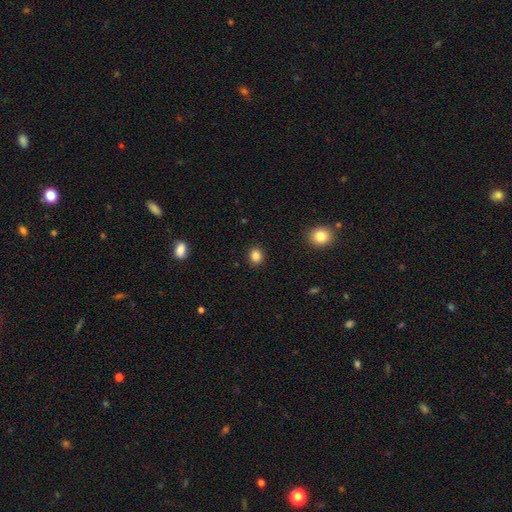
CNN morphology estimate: This is clearly a smooth galaxy (84%). How rounded: likely round (72%). Merging: clearly none (91%).